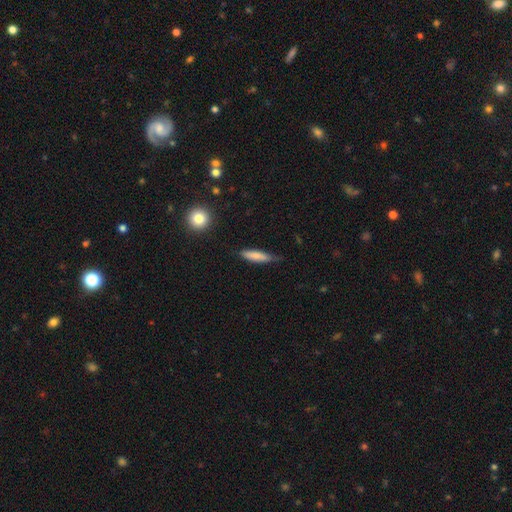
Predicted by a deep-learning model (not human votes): Smooth or featured?
  - smooth: 78% *
  - featured or disk: 16%
  - star or artifact: 6%
How rounded?
  - cigar-shaped: 75% *
  - in between: 23%
  - round: 2%
Merging?
  - none: 63% *
  - minor disturbance: 30%
  - major disturbance: 5%
  - merger: 2%